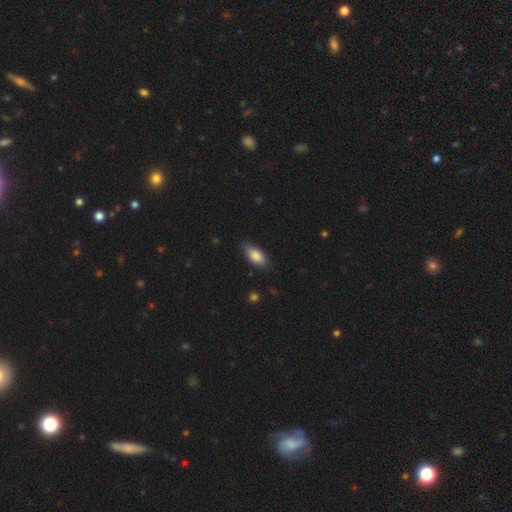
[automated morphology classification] type=smooth (84%); roundness=in between (88%); merging=none (82%).